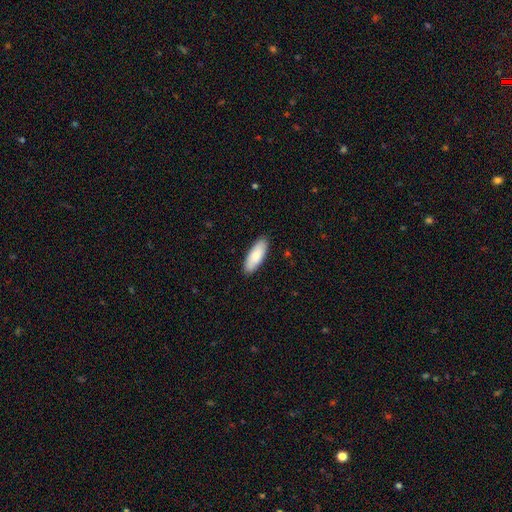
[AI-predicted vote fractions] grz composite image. It shows a smooth galaxy with no disk features (83%) that is in between round and cigar-shaped (74%). Merging: none (88%).